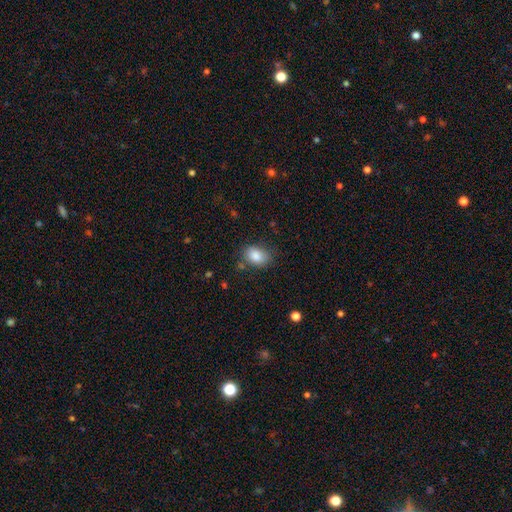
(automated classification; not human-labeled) smooth 86%, star or artifact 8%, featured or disk 6%. Down the decision tree: how rounded — in between (78%); merging — none (74%).